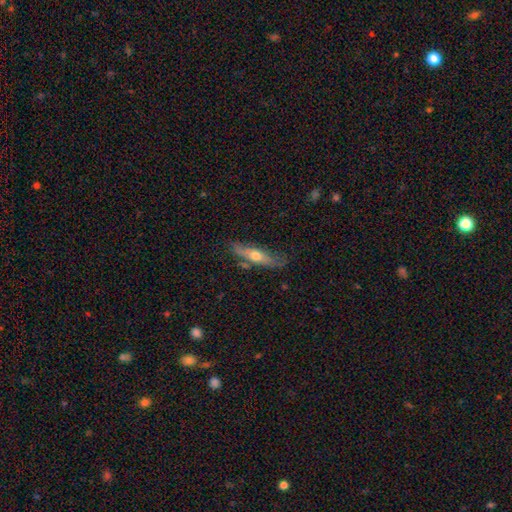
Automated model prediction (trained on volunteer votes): Overall: featured or disk (47%, tied with smooth). Merging: none (65%).